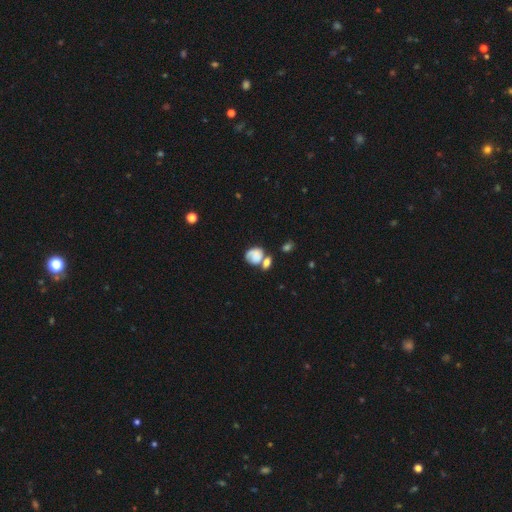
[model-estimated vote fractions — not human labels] Overall: smooth (65%). How rounded: round (59%; in between 39%). Merging: merger (37%; none 35%).